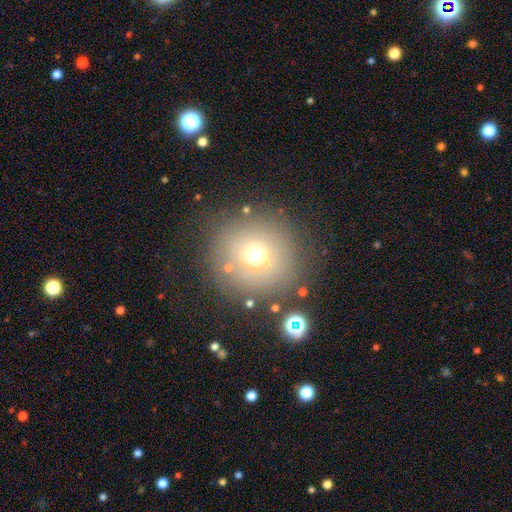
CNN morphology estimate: The model was most divided on "smooth or featured": smooth: 64%, star or artifact: 20%, featured or disk: 15%. More confident: how rounded — round (93%); merging — none (80%).